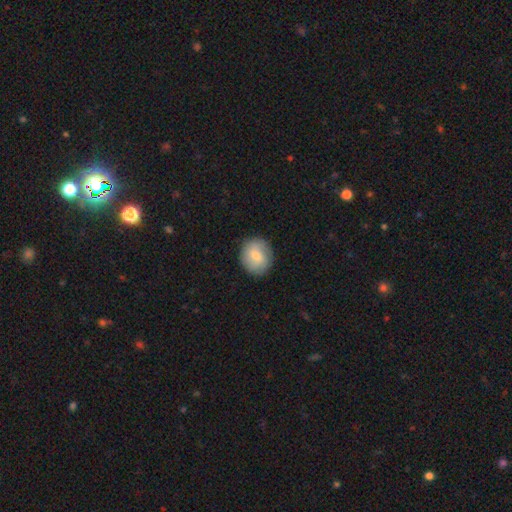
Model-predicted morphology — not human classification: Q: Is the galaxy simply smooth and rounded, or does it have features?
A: smooth — 74%.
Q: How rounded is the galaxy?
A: round — 79%.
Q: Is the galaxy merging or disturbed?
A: none — 88%.